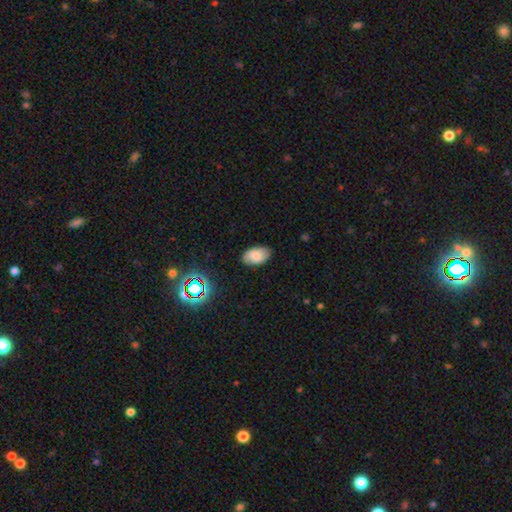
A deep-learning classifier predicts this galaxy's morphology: A smooth galaxy with no disk features (79%) that is in between round and cigar-shaped (93%).

Vote fractions:
- Smooth or featured? smooth: 79% / featured or disk: 11% / star or artifact: 10%
- How rounded? in between: 93% / round: 6% / cigar-shaped: 1%
- Merging? none: 83% / minor disturbance: 13% / major disturbance: 3% / merger: 1%